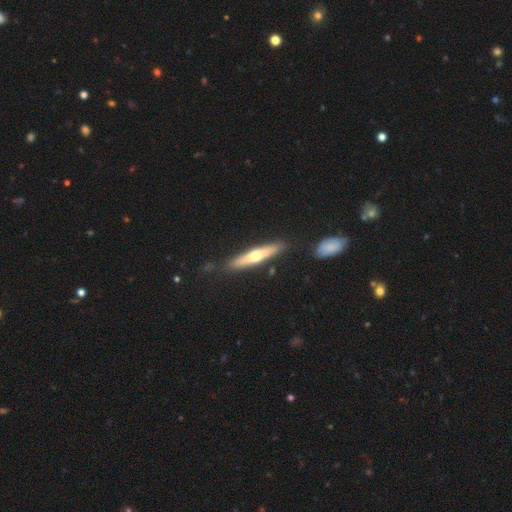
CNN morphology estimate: The model was most divided on "smooth or featured": featured or disk: 49%, smooth: 46%, star or artifact: 5%. More confident: merging — none (84%).